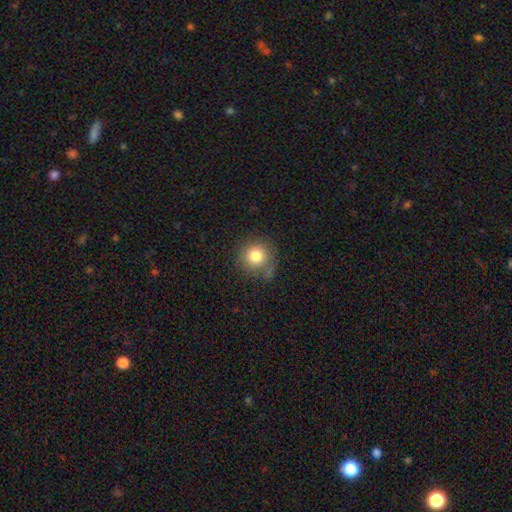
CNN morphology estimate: Q: Smooth or featured?
A: smooth (79%); runner-up: star or artifact (12%)
Q: How rounded?
A: round (93%); runner-up: in between (6%)
Q: Merging?
A: none (70%); runner-up: minor disturbance (19%)